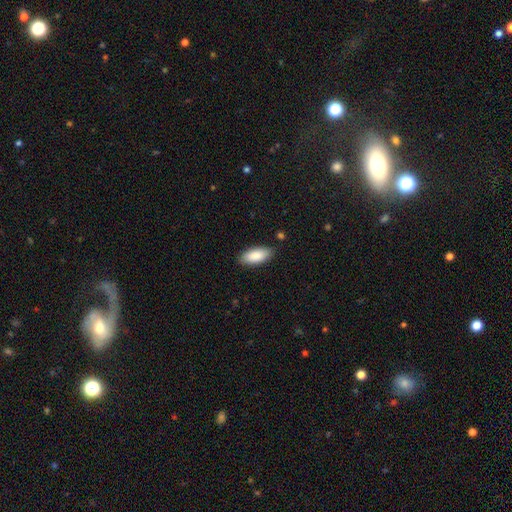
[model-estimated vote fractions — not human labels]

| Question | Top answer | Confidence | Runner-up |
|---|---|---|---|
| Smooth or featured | smooth | 88% | featured or disk (6%) |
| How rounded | in between | 86% | cigar-shaped (12%) |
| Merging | none | 86% | minor disturbance (10%) |